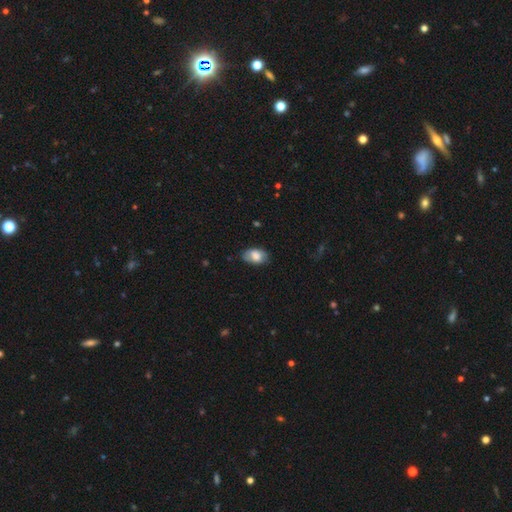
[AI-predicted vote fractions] Smooth or featured? Predicted: smooth (p=0.77). How rounded? Predicted: in between (p=0.91). Merging? Predicted: none (p=0.72).